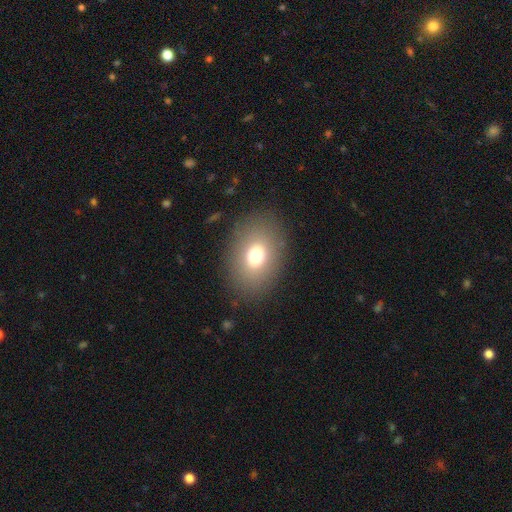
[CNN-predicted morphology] Smooth or featured? Predicted: smooth (p=0.72). How rounded? Predicted: in between (p=0.71). Merging? Predicted: none (p=0.85).